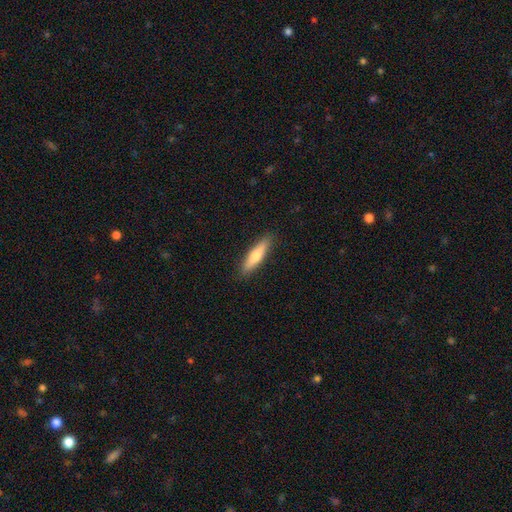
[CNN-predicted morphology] This is likely a smooth galaxy (65%). How rounded: likely cigar-shaped (76%). Merging: clearly none (89%).